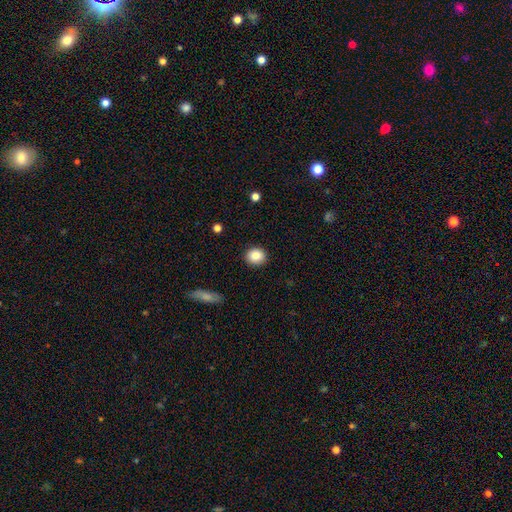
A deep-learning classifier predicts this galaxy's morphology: smooth_or_featured: smooth (p=0.86) [alt: star or artifact p=0.09]
how_rounded: round (p=0.78) [alt: in between p=0.21]
merging: none (p=0.90) [alt: minor disturbance p=0.06]